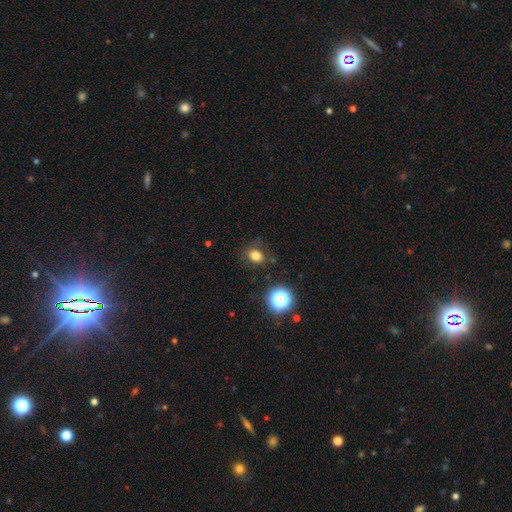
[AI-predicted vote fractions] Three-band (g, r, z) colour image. It shows a smooth galaxy with no disk features (78%) that is round (54%). Merging: none (78%).